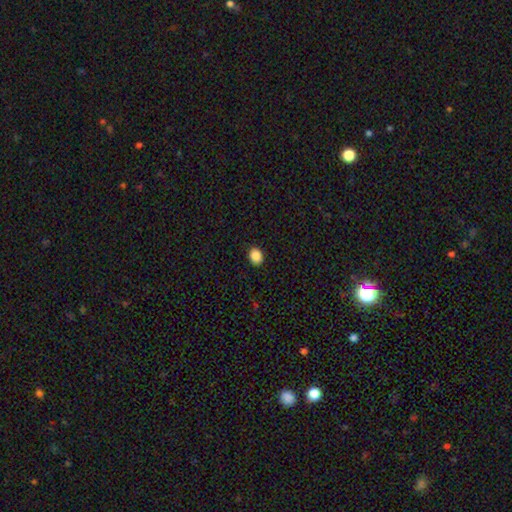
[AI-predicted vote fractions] This appears to be a smooth galaxy with no disk features (87%) that is round (50%). Merging: none (91%).